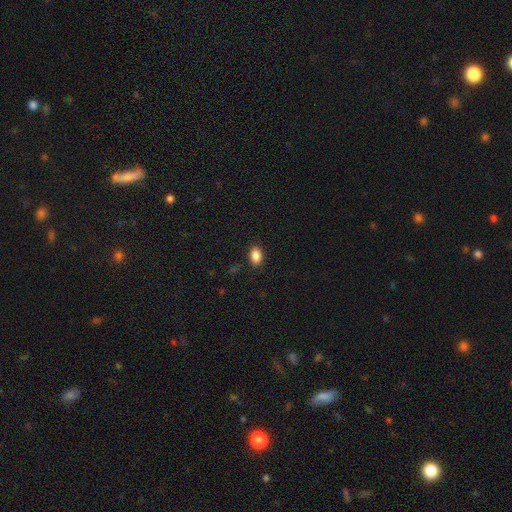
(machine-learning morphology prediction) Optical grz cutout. It shows a smooth galaxy with no disk features (87%) that is in between round and cigar-shaped (86%). Merging: none (88%).